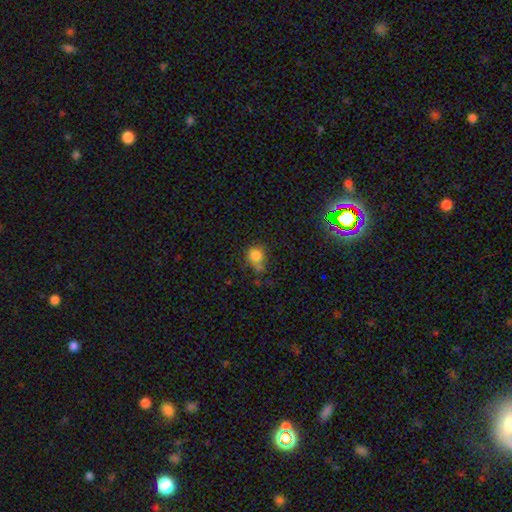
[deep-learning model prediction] Q: Smooth or featured?
A: smooth (80%); runner-up: star or artifact (12%)
Q: How rounded?
A: round (82%); runner-up: in between (17%)
Q: Merging?
A: none (54%); runner-up: minor disturbance (22%)